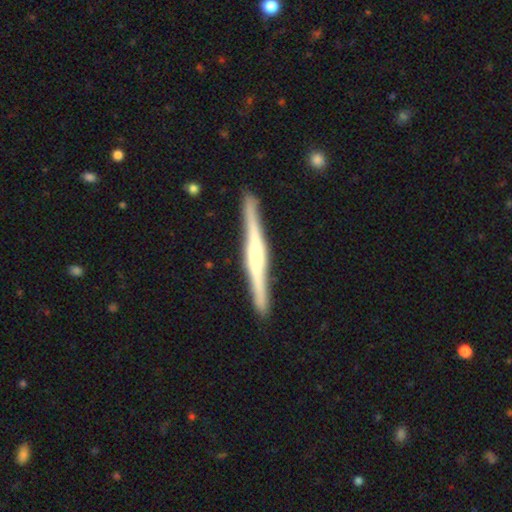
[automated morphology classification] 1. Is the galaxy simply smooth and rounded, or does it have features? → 76% featured or disk, 19% smooth, 5% star or artifact.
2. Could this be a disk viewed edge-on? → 98% yes, 2% no.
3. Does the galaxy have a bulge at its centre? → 61% rounded, 25% boxy, 13% none.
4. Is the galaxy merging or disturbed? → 89% none, 8% minor disturbance, 1% major disturbance, 1% merger.